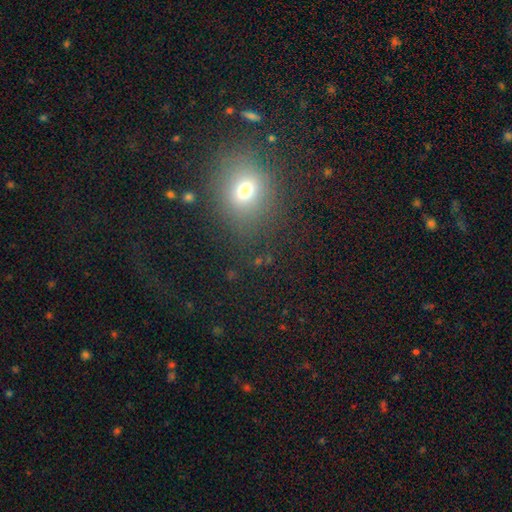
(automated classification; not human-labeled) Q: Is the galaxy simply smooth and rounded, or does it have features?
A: smooth — 62%.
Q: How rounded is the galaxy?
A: round — 66%.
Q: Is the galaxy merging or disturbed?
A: none — 81%.